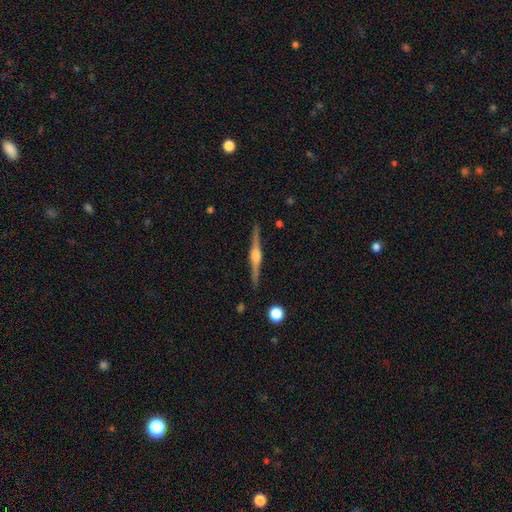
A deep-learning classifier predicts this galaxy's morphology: A featured or disk galaxy (85%) viewed edge-on (98%) with a rounded central bulge (87%). Merging: none (90%).